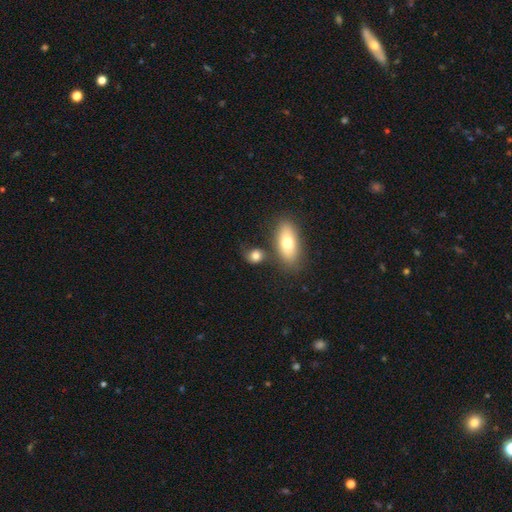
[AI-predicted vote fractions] A smooth galaxy with no disk features (79%) that is round (49%).

Vote fractions:
- Smooth or featured? smooth: 79% / featured or disk: 12% / star or artifact: 10%
- How rounded? round: 49% / in between: 47% / cigar-shaped: 3%
- Merging? none: 63% / merger: 16% / minor disturbance: 15% / major disturbance: 6%